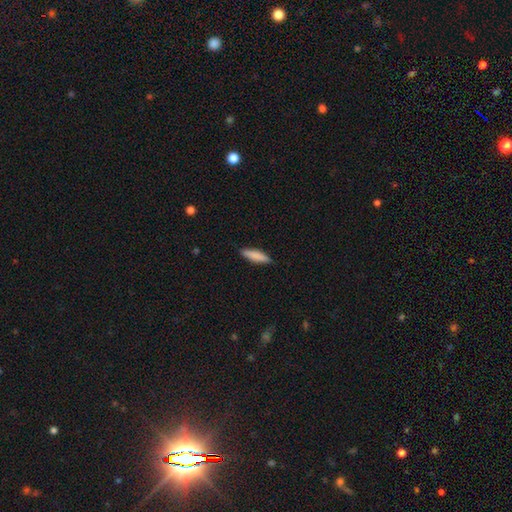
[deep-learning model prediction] This is clearly a smooth galaxy (84%). How rounded: likely cigar-shaped (73%). Merging: clearly none (88%).